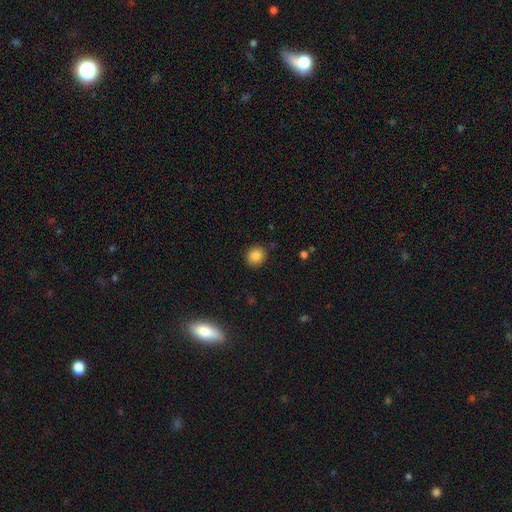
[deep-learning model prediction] Q: Smooth or featured?
A: smooth (86%); runner-up: star or artifact (10%)
Q: How rounded?
A: round (84%); runner-up: in between (15%)
Q: Merging?
A: none (89%); runner-up: minor disturbance (7%)